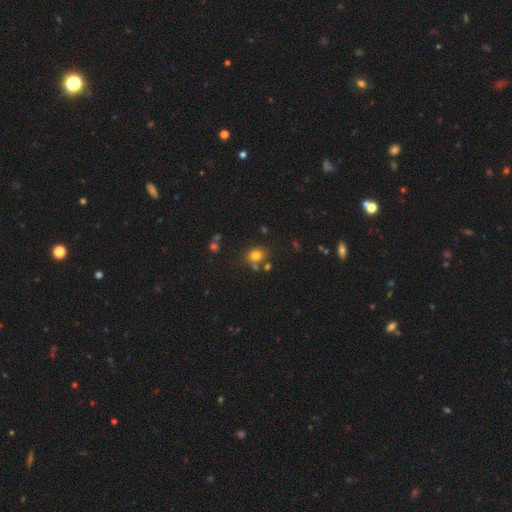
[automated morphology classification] Smooth or featured? smooth (77%)
How rounded? round (68%)
Merging? none (68%)